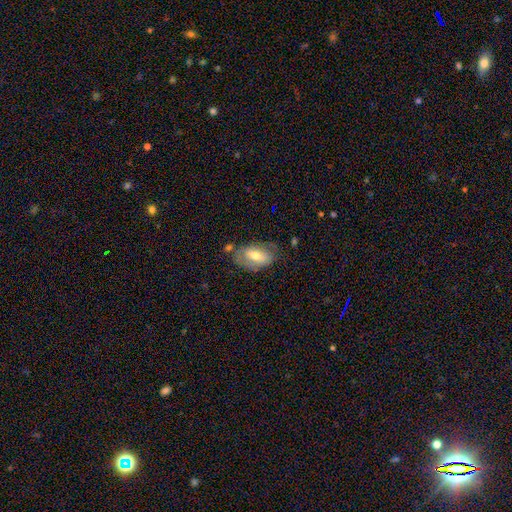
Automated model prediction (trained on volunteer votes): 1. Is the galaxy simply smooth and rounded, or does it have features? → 51% smooth, 42% featured or disk, 7% star or artifact.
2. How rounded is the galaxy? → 91% in between, 6% round, 3% cigar-shaped.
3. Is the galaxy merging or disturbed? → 61% none, 23% minor disturbance, 10% major disturbance, 6% merger.